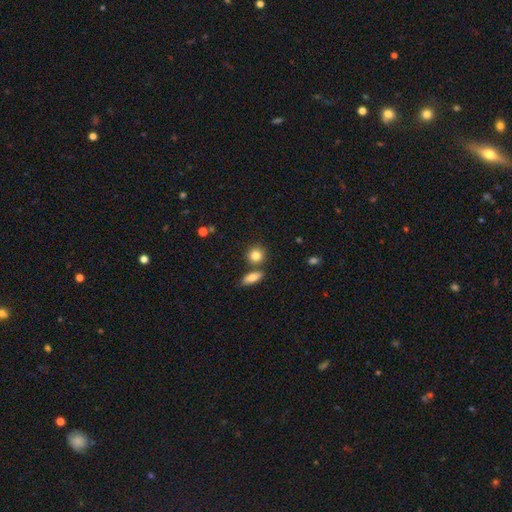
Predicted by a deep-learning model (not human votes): smooth 83%, star or artifact 9%, featured or disk 8%. Down the decision tree: how rounded — round (78%); merging — none (70%).